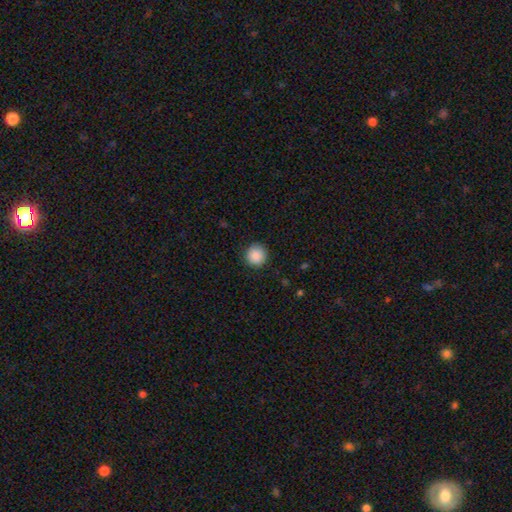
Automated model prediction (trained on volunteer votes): Smooth or featured?
  - smooth: 89% *
  - star or artifact: 8%
  - featured or disk: 3%
How rounded?
  - round: 95% *
  - in between: 4%
  - cigar-shaped: 1%
Merging?
  - none: 91% *
  - minor disturbance: 6%
  - major disturbance: 2%
  - merger: 1%